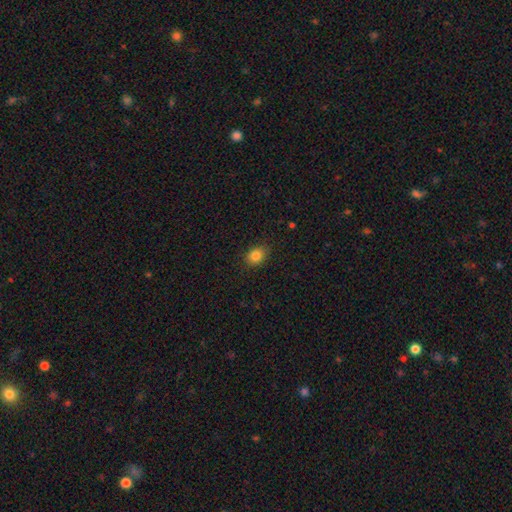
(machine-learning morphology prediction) A smooth galaxy with no disk features (84%) that is in between round and cigar-shaped (54%).

Vote fractions:
- Smooth or featured? smooth: 84% / star or artifact: 11% / featured or disk: 6%
- How rounded? in between: 54% / round: 45% / cigar-shaped: 1%
- Merging? none: 84% / minor disturbance: 13% / major disturbance: 3% / merger: 1%